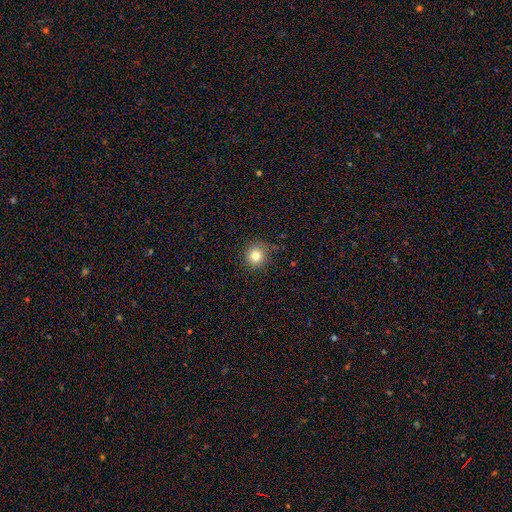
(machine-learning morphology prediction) type=smooth (80%); roundness=round (93%); merging=none (87%).